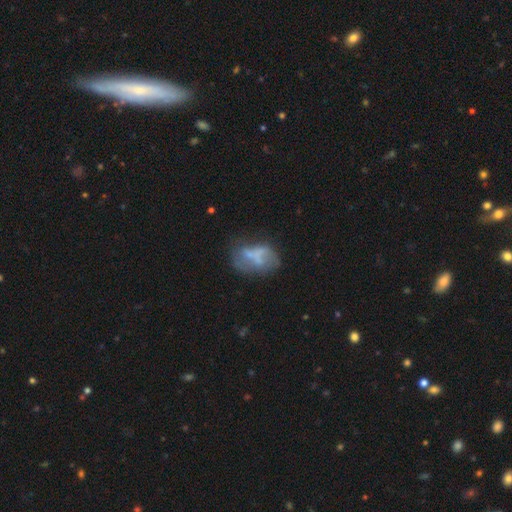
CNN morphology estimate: Smooth or featured? featured or disk (48%)
Merging? none (33%)